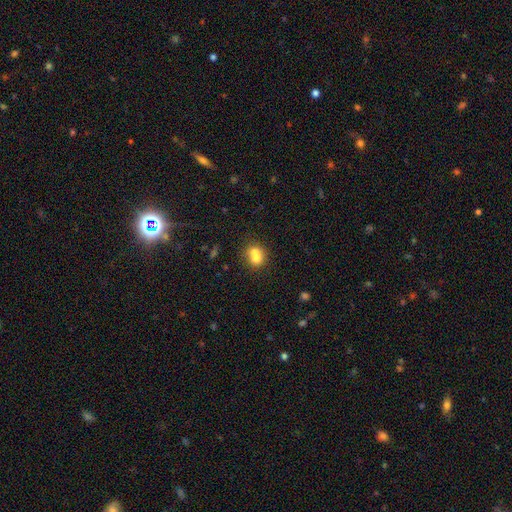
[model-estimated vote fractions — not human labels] A smooth galaxy with no disk features (68%) that is round (70%). Merging: merger (63%).